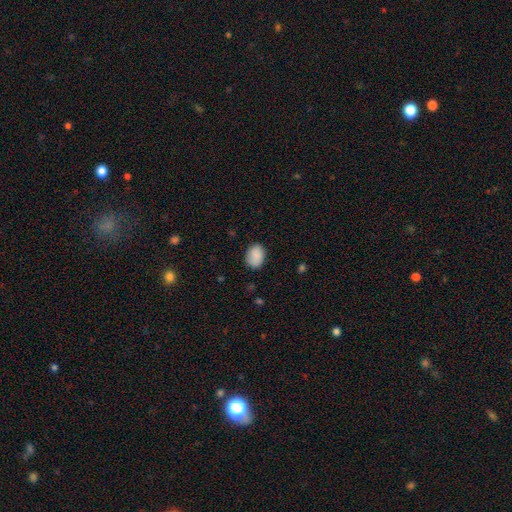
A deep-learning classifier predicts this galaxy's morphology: Q: Smooth or featured?
A: smooth (89%); runner-up: star or artifact (7%)
Q: How rounded?
A: in between (72%); runner-up: round (27%)
Q: Merging?
A: none (81%); runner-up: minor disturbance (15%)